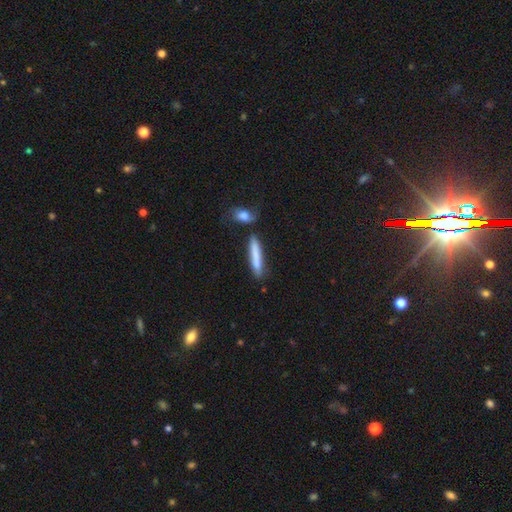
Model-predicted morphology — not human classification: smooth_or_featured: smooth (p=0.77) [alt: featured or disk p=0.17]
how_rounded: cigar-shaped (p=0.90) [alt: in between p=0.08]
merging: none (p=0.76) [alt: minor disturbance p=0.13]